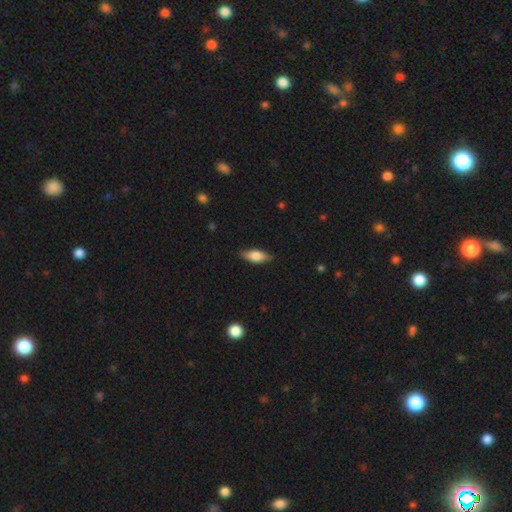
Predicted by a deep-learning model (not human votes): Smooth or featured: smooth — 75% (featured or disk — 19%)
How rounded: in between — 71% (cigar-shaped — 27%)
Merging: none — 84% (minor disturbance — 13%)